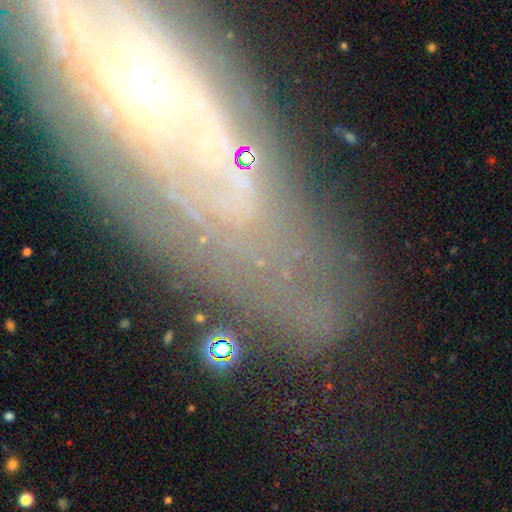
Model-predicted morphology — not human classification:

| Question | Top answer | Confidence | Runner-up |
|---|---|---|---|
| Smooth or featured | featured or disk | 69% | smooth (17%) |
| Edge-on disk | no | 79% | yes (21%) |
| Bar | no | 70% | weak (20%) |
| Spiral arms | yes | 63% | no (37%) |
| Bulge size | small | 48% | moderate (40%) |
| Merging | none | 68% | minor disturbance (18%) |